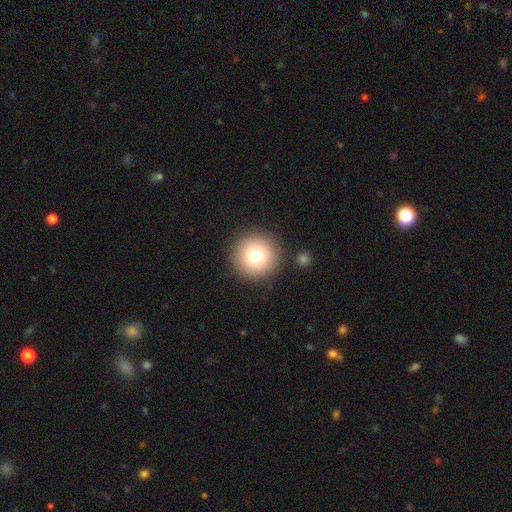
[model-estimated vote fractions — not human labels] Smooth or featured? Predicted: smooth (p=0.77). How rounded? Predicted: round (p=0.96). Merging? Predicted: none (p=0.89).